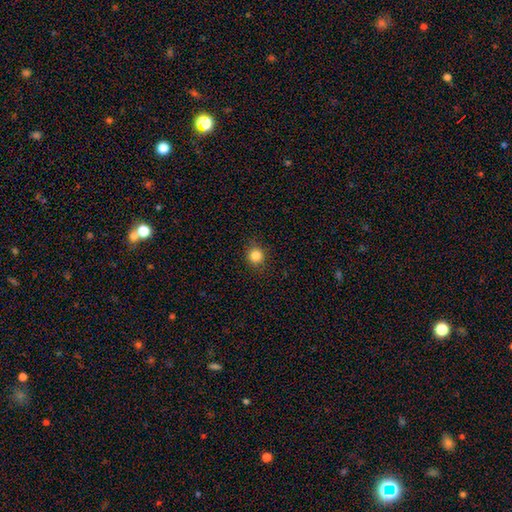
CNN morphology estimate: Q: Smooth or featured?
A: smooth (84%); runner-up: star or artifact (12%)
Q: How rounded?
A: round (90%); runner-up: in between (9%)
Q: Merging?
A: none (89%); runner-up: minor disturbance (8%)